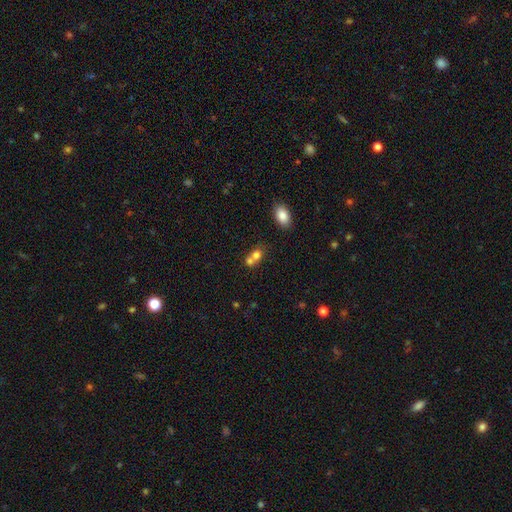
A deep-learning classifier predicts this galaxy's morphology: Smooth or featured: smooth — 74% (featured or disk — 15%)
How rounded: round — 63% (in between — 36%)
Merging: merger — 58% (none — 32%)